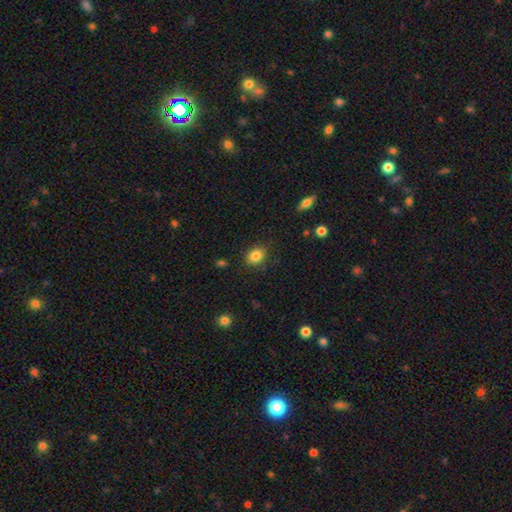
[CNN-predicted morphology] The model was most divided on "how rounded": round: 53%, in between: 46%, cigar-shaped: 1%. More confident: merging — none (86%); smooth or featured — smooth (84%).